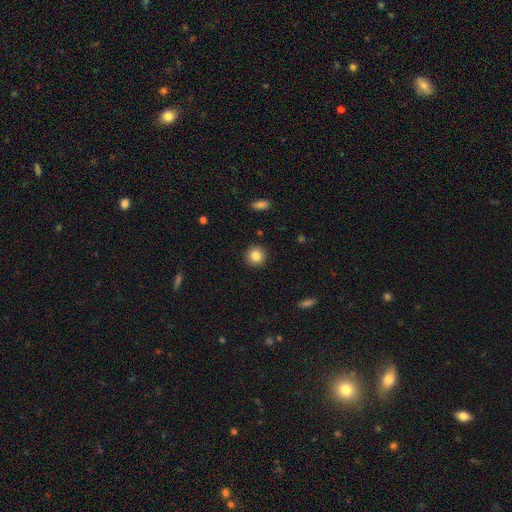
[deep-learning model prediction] Smooth or featured? smooth (83%)
How rounded? round (94%)
Merging? none (92%)